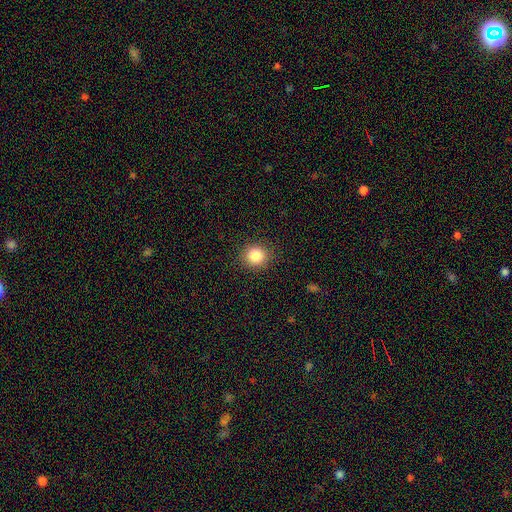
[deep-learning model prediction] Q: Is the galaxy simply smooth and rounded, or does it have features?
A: smooth — 85%.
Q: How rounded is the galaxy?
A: round — 85%.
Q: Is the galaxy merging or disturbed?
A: none — 90%.